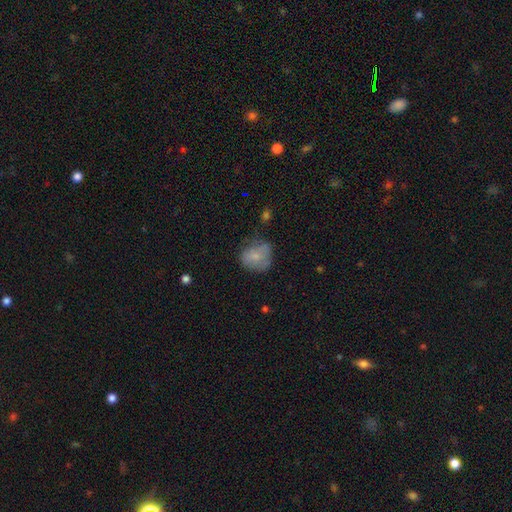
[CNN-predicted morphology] Smooth or featured? Predicted: smooth (p=0.71). How rounded? Predicted: round (p=0.70). Merging? Predicted: none (p=0.52).